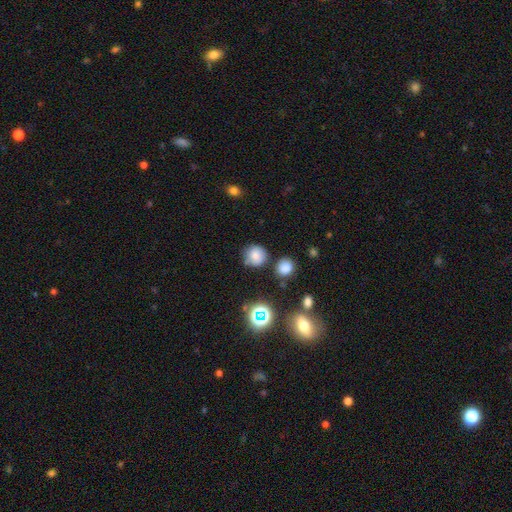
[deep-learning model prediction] This appears to be a smooth galaxy with no disk features (75%) that is round (89%). Merging: none (71%).